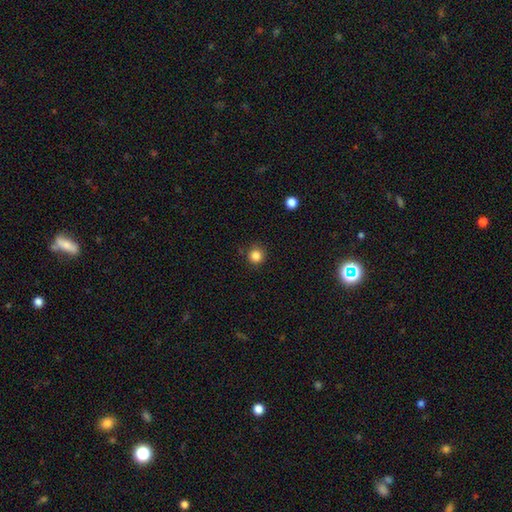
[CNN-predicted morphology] A smooth galaxy with no disk features (84%) that is round (94%). Merging: none (89%).